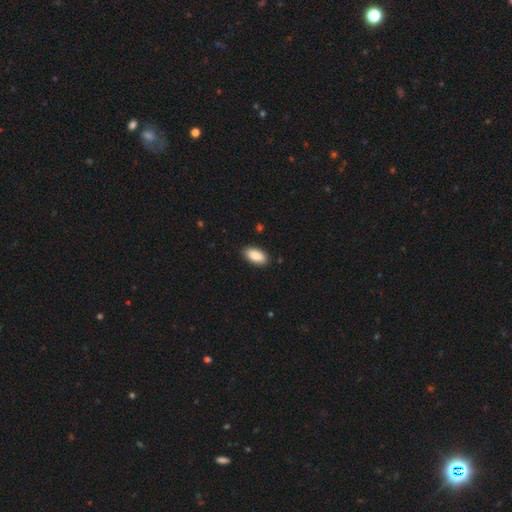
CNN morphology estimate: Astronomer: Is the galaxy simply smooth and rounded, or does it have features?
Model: smooth — 90%.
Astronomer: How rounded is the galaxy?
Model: in between — 93%.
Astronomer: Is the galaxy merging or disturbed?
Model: none — 89%.